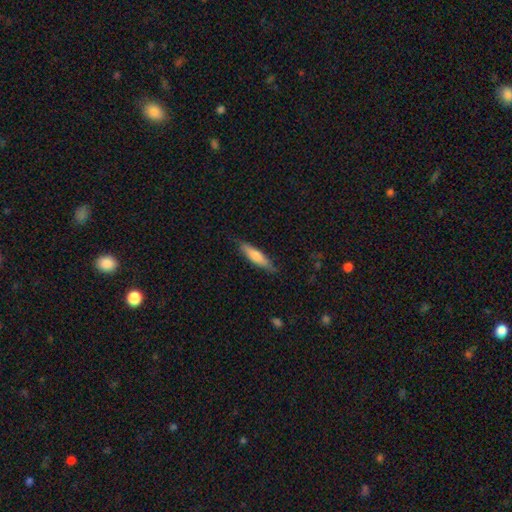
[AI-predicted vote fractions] The model was most divided on "smooth or featured": smooth: 68%, featured or disk: 27%, star or artifact: 6%. More confident: merging — none (80%); how rounded — cigar-shaped (77%).